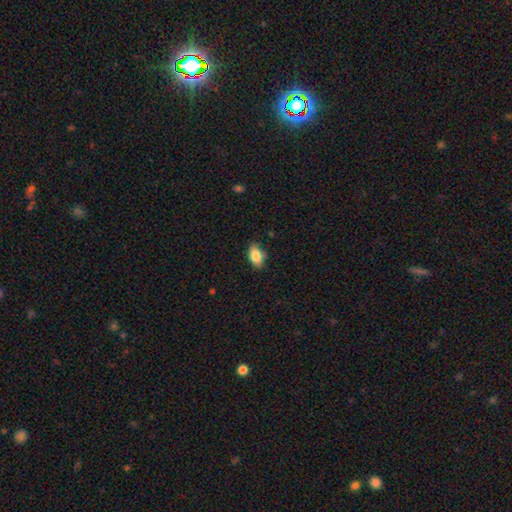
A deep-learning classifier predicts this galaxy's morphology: This is clearly a smooth galaxy (83%). How rounded: clearly in between (90%). Merging: clearly none (83%).